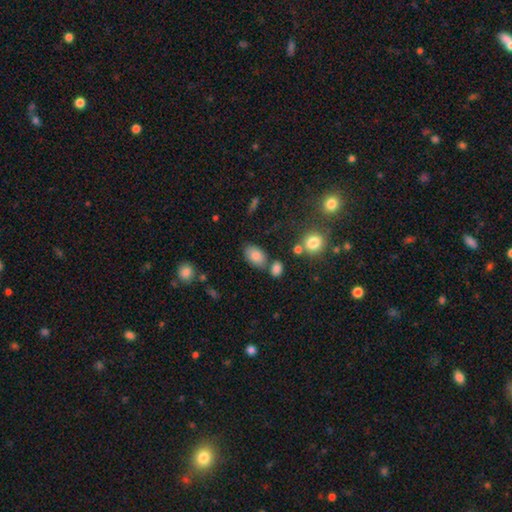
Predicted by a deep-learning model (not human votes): Smooth or featured? smooth (82%)
How rounded? in between (89%)
Merging? none (70%)